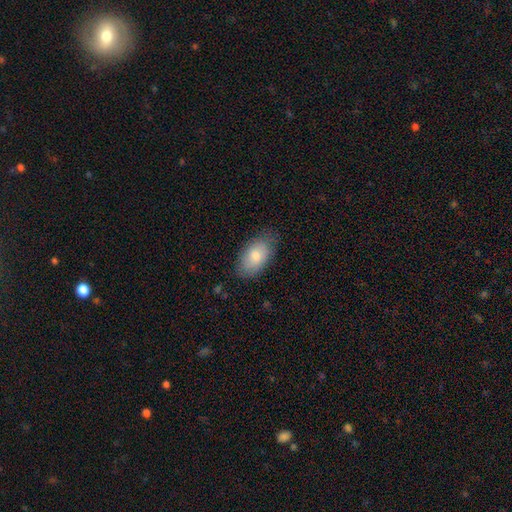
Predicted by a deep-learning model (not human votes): Morphology: type=smooth (75%); roundness=in between (93%); merging=none (77%).